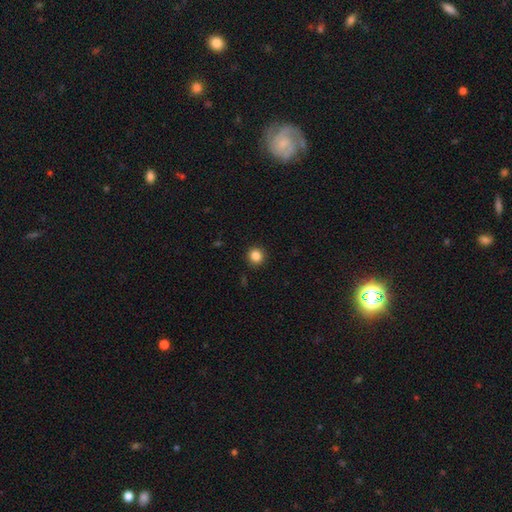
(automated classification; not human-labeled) Overall: smooth (85%). How rounded: round (92%). Merging: none (91%).